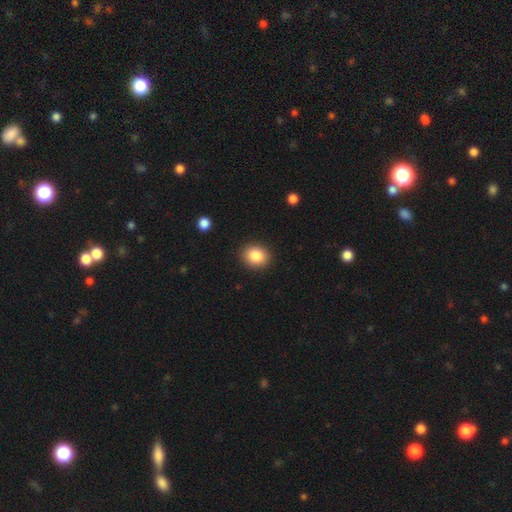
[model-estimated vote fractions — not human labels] Morphology: type=smooth (86%); roundness=round (58%); merging=none (89%).